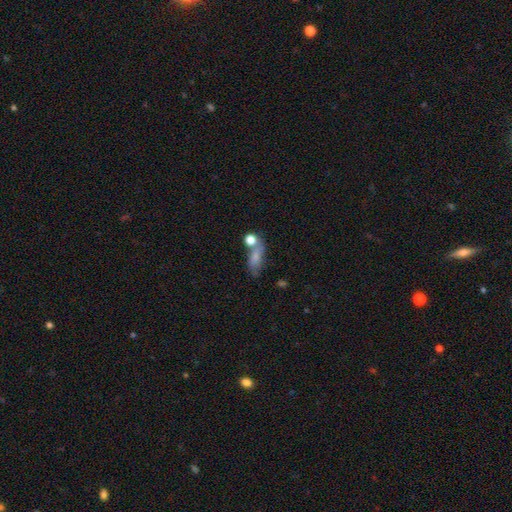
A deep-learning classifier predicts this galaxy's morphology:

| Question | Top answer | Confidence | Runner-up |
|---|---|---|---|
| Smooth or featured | smooth | 70% | featured or disk (18%) |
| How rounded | in between | 73% | cigar-shaped (14%) |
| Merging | none | 38% | merger (30%) |